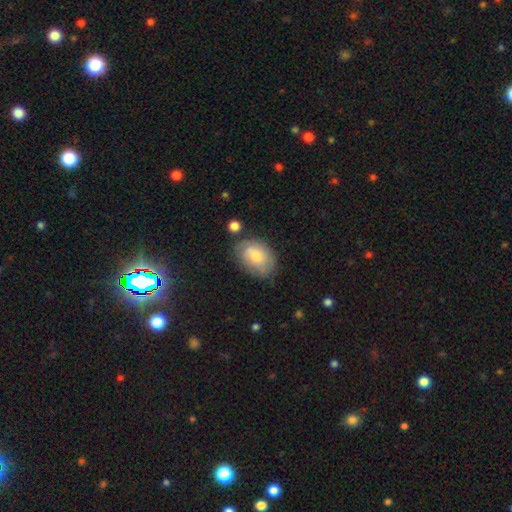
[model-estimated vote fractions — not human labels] Morphology: type=smooth (65%); roundness=in between (79%); merging=none (62%).